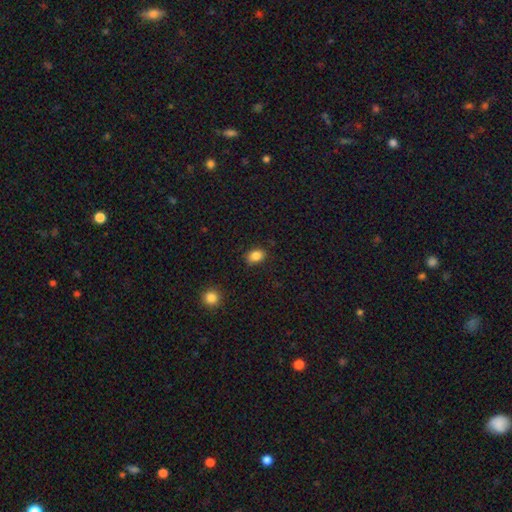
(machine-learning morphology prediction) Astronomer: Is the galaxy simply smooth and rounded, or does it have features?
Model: smooth — 86%.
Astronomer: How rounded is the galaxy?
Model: in between — 75%.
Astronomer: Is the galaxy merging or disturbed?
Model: none — 86%.